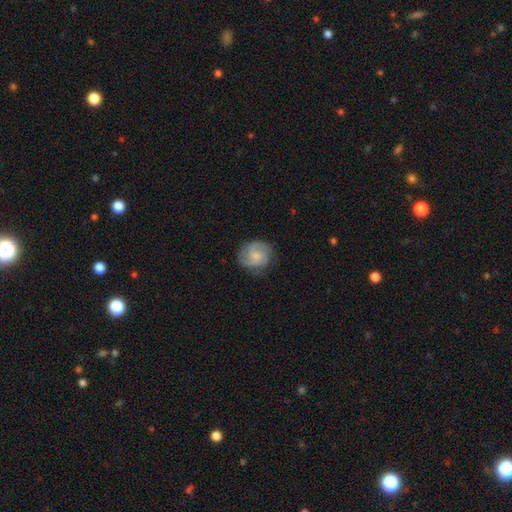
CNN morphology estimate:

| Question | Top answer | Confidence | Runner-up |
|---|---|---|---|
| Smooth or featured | featured or disk | 60% | smooth (33%) |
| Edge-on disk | no | 98% | yes (2%) |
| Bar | no | 72% | weak (25%) |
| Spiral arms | yes | 91% | no (9%) |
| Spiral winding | tight | 45% | medium (42%) |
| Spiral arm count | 3 | 34% | 2 (28%) |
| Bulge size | small | 49% | moderate (28%) |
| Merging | none | 75% | minor disturbance (17%) |